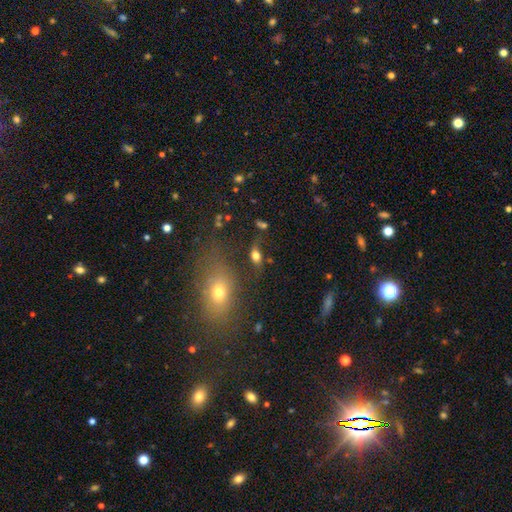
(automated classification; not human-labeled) smooth_or_featured: smooth (p=0.65) [alt: featured or disk p=0.21]
how_rounded: in between (p=0.78) [alt: round p=0.16]
merging: none (p=0.55) [alt: minor disturbance p=0.20]